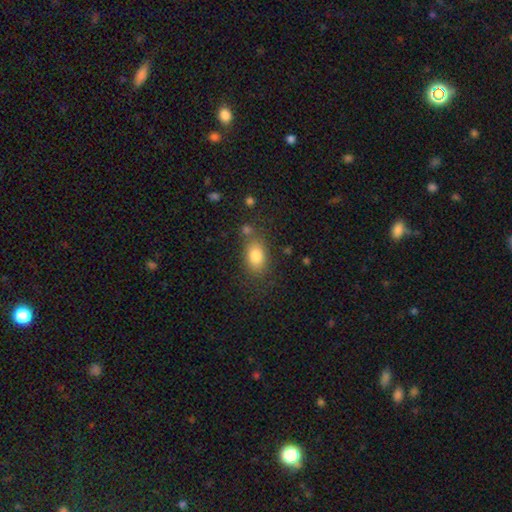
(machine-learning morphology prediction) The model was most divided on "merging": none: 71%, minor disturbance: 16%, merger: 8%, major disturbance: 6%. More confident: smooth or featured — smooth (82%); how rounded — in between (82%).